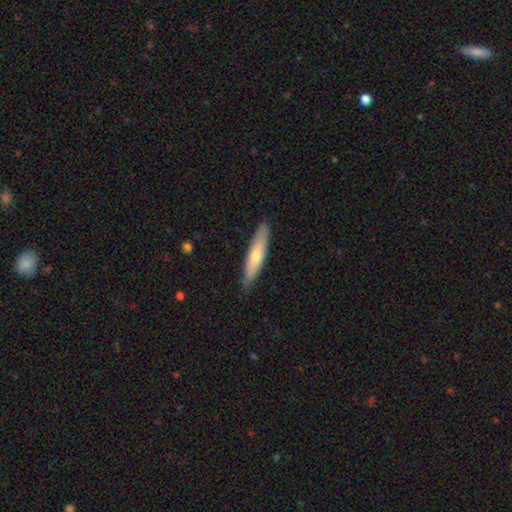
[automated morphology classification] type=smooth (60%); roundness=cigar-shaped (82%); merging=none (86%).